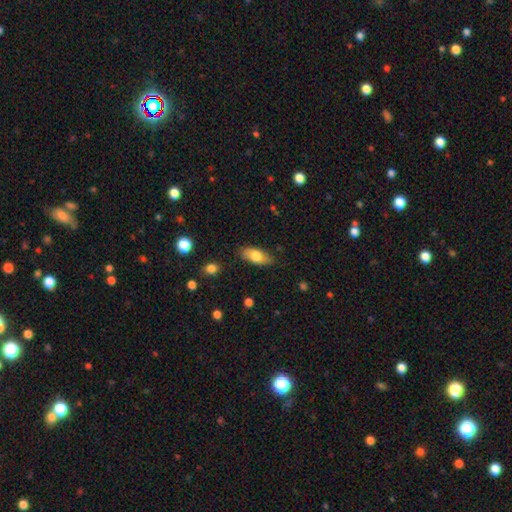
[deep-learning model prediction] smooth-or-featured: smooth: 76% | featured or disk: 17% | star or artifact: 7%
  how-rounded: in between: 84% | cigar-shaped: 13% | round: 3%
  merging: none: 81% | minor disturbance: 14% | major disturbance: 3% | merger: 2%